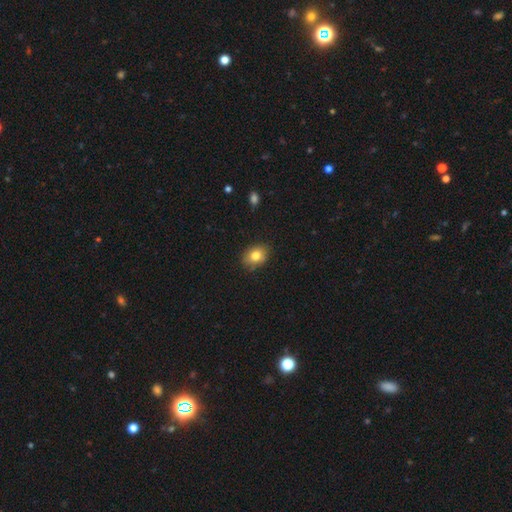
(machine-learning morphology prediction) A smooth galaxy with no disk features (80%) that is in between round and cigar-shaped (63%).

Vote fractions:
- Smooth or featured? smooth: 80% / featured or disk: 11% / star or artifact: 9%
- How rounded? in between: 63% / round: 36% / cigar-shaped: 1%
- Merging? none: 82% / minor disturbance: 14% / major disturbance: 2% / merger: 1%